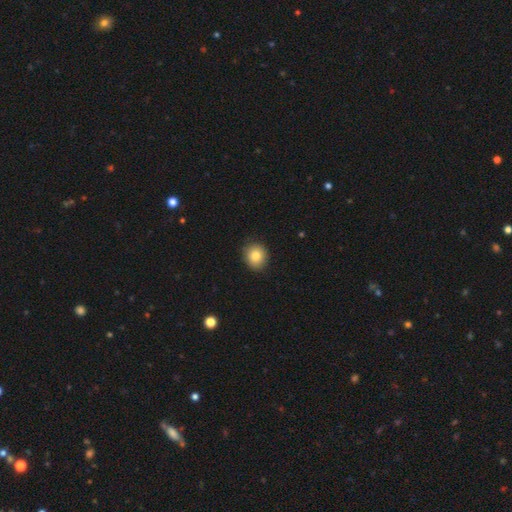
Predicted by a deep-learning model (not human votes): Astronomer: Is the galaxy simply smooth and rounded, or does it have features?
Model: smooth — 83%.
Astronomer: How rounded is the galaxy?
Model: round — 78%.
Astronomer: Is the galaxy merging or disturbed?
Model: none — 87%.